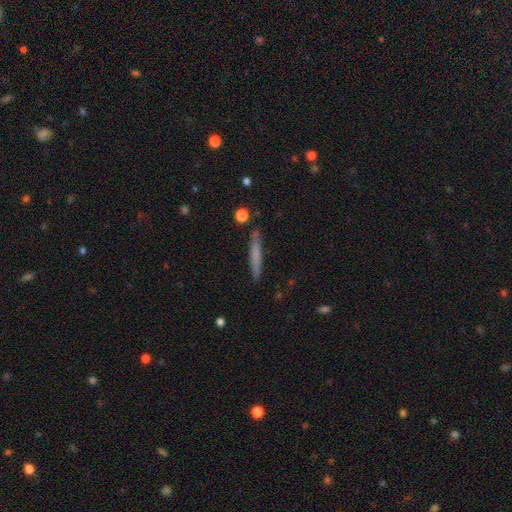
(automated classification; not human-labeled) Smooth or featured: smooth — 67% (featured or disk — 27%)
How rounded: cigar-shaped — 95% (in between — 3%)
Merging: none — 87% (minor disturbance — 9%)